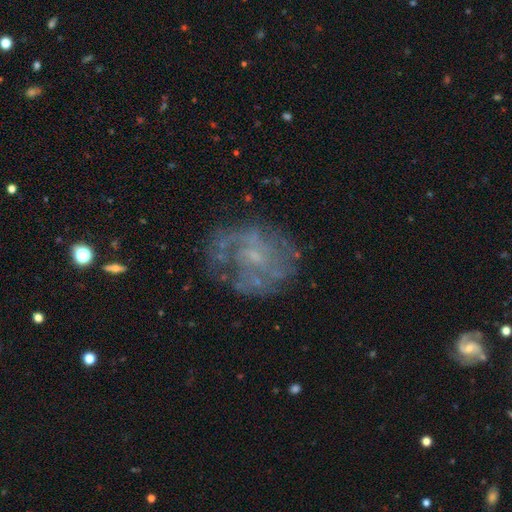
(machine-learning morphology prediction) This is likely a featured or disk galaxy (72%). It is clearly not viewed edge-on (98%). Bar: likely no (65%). Spiral arm pattern: likely yes (65%). Central bulge: likely small (63%). Merging: likely none (64%).